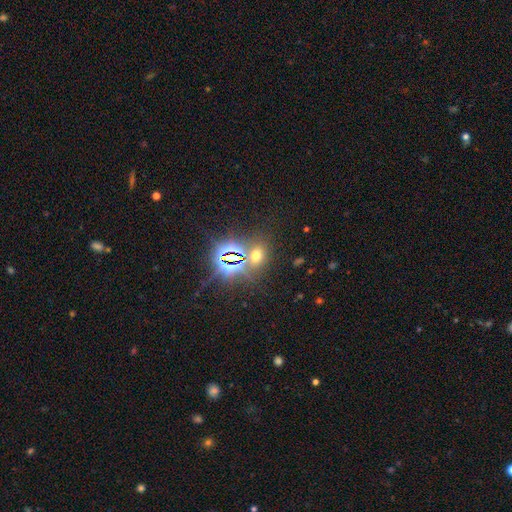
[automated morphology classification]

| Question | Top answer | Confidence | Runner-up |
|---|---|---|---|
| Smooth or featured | star or artifact | 50% | smooth (41%) |